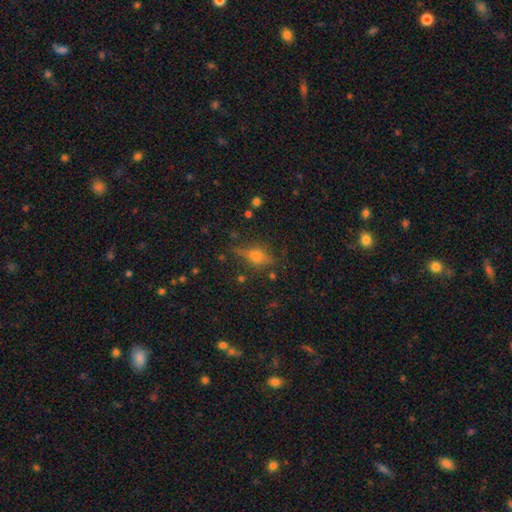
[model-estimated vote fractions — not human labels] Morphology: type=featured or disk (40%); merging=none (76%).